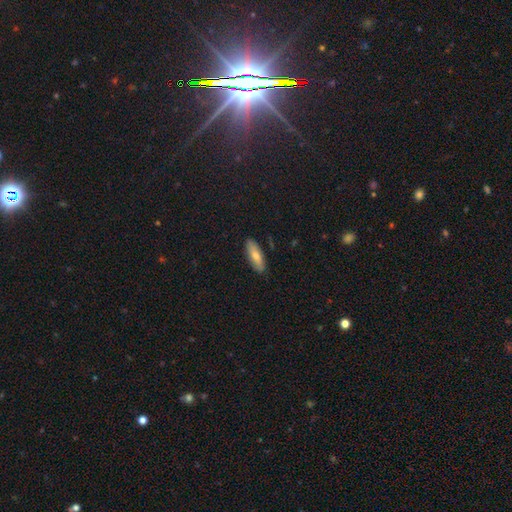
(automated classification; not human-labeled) A smooth galaxy with no disk features (71%) that is in between round and cigar-shaped (63%).

Vote fractions:
- Smooth or featured? smooth: 71% / featured or disk: 23% / star or artifact: 6%
- How rounded? in between: 63% / cigar-shaped: 34% / round: 2%
- Merging? none: 87% / minor disturbance: 10% / major disturbance: 2% / merger: 1%